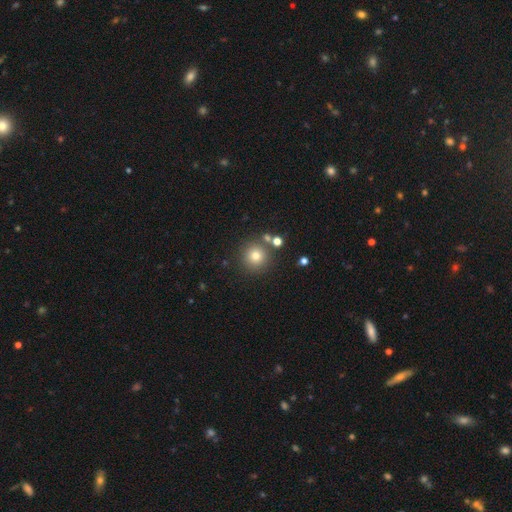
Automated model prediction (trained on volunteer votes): Smooth or featured?
  - smooth: 77% *
  - star or artifact: 14%
  - featured or disk: 9%
How rounded?
  - round: 94% *
  - in between: 5%
  - cigar-shaped: 1%
Merging?
  - none: 81% *
  - merger: 9%
  - minor disturbance: 8%
  - major disturbance: 3%